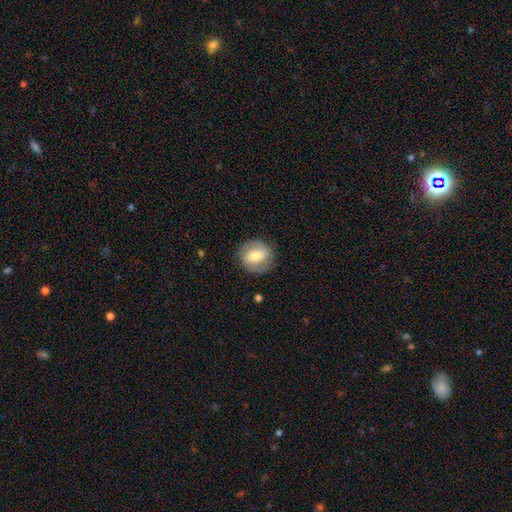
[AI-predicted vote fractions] Q: Smooth or featured?
A: featured or disk (49%); runner-up: smooth (44%)
Q: Merging?
A: none (83%); runner-up: minor disturbance (12%)